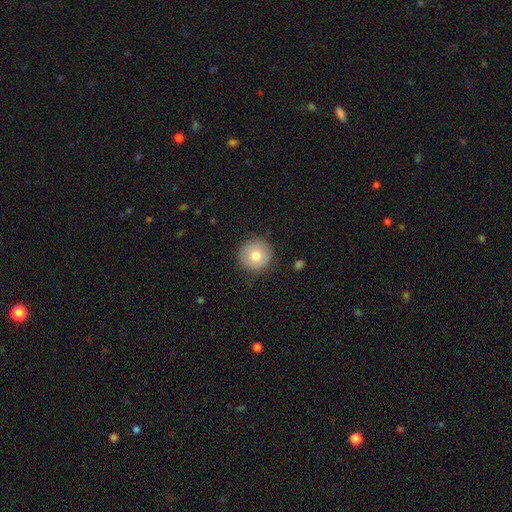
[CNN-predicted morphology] A smooth galaxy with no disk features (76%) that is round (95%).

Vote fractions:
- Smooth or featured? smooth: 76% / featured or disk: 15% / star or artifact: 9%
- How rounded? round: 95% / in between: 4% / cigar-shaped: 1%
- Merging? none: 88% / minor disturbance: 9% / major disturbance: 2% / merger: 1%